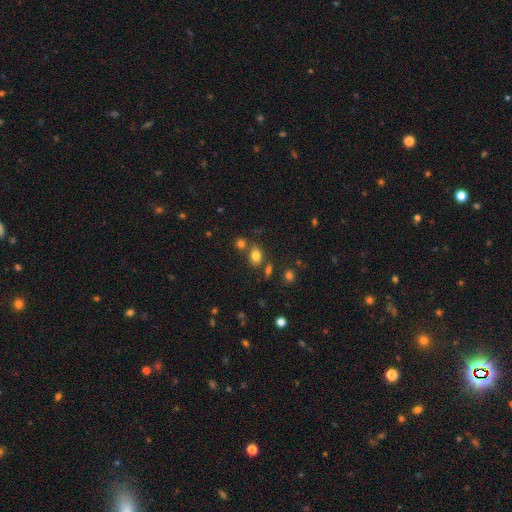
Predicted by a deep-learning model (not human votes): smooth 80%, star or artifact 13%, featured or disk 7%. Down the decision tree: how rounded — in between (63%); merging — none (67%).